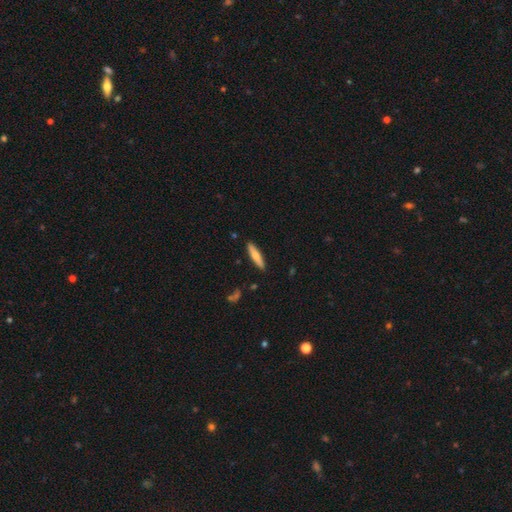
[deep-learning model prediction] smooth_or_featured: smooth (p=0.66) [alt: featured or disk p=0.28]
how_rounded: cigar-shaped (p=0.83) [alt: in between p=0.15]
merging: none (p=0.90) [alt: minor disturbance p=0.07]